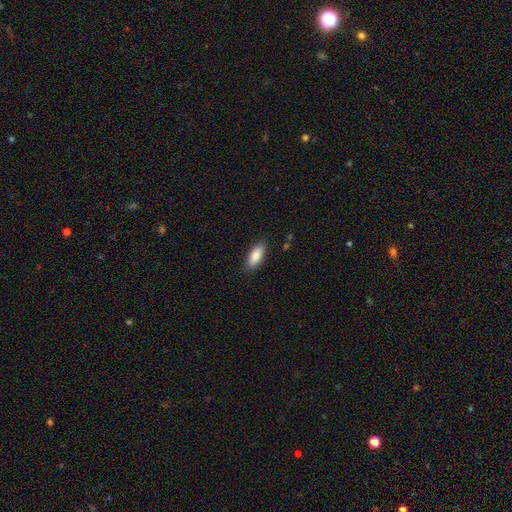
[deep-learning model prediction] A smooth galaxy with no disk features (86%) that is in between round and cigar-shaped (79%).

Vote fractions:
- Smooth or featured? smooth: 86% / featured or disk: 8% / star or artifact: 6%
- How rounded? in between: 79% / cigar-shaped: 19% / round: 2%
- Merging? none: 84% / minor disturbance: 12% / major disturbance: 2% / merger: 1%